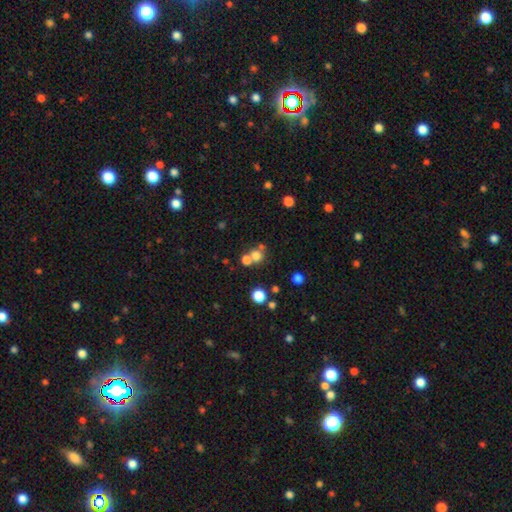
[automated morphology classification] type=smooth (72%); roundness=round (85%); merging=none (48%).